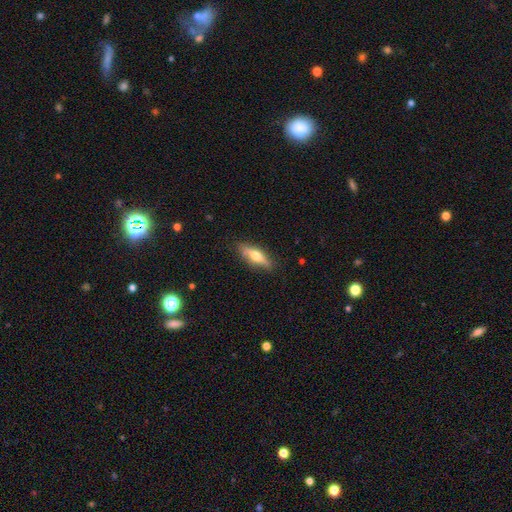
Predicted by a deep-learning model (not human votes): smooth 51%, featured or disk 42%, star or artifact 6%. Down the decision tree: how rounded — cigar-shaped (51%); merging — none (80%).